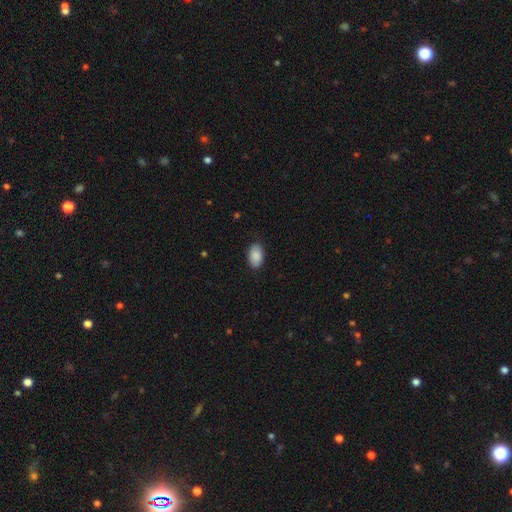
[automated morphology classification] Smooth or featured: smooth — 88% (star or artifact — 6%)
How rounded: in between — 94% (round — 5%)
Merging: none — 87% (minor disturbance — 10%)